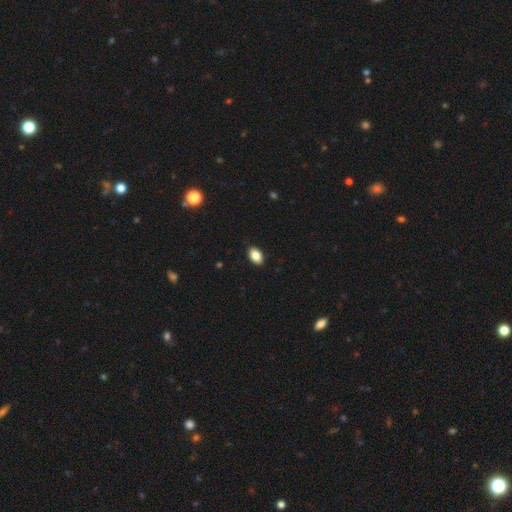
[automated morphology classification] Smooth or featured: smooth — 86% (star or artifact — 8%)
How rounded: in between — 90% (round — 9%)
Merging: none — 89% (minor disturbance — 8%)